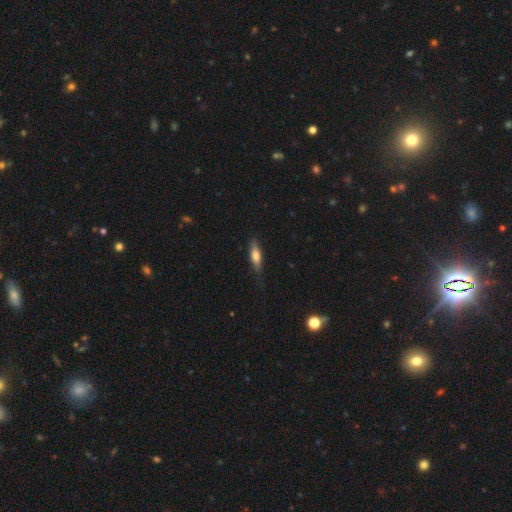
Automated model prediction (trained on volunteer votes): This is likely a smooth galaxy (65%). How rounded: possibly cigar-shaped (55%). Merging: likely none (75%).